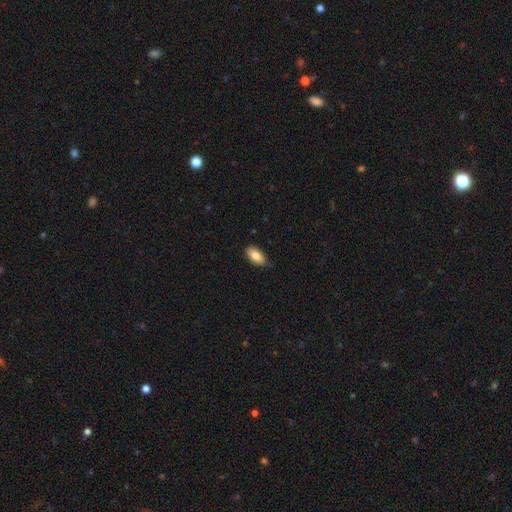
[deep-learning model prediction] Smooth or featured? Predicted: smooth (p=0.84). How rounded? Predicted: in between (p=0.92). Merging? Predicted: none (p=0.78).